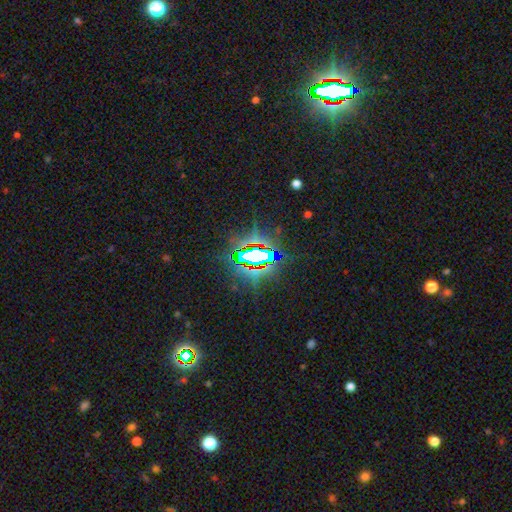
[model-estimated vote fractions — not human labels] A star or artifact, not a galaxy (81%).